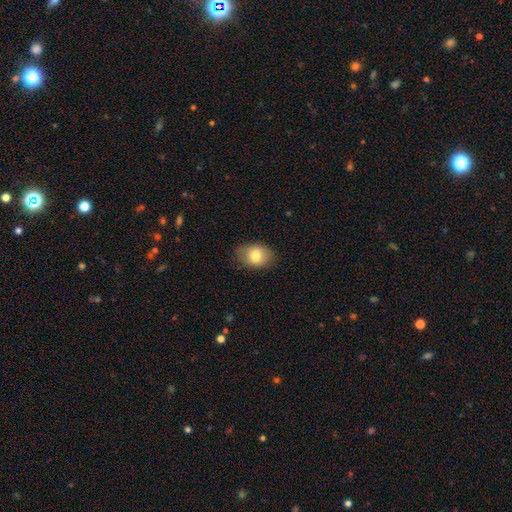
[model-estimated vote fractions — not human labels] smooth 79%, featured or disk 13%, star or artifact 8%. Down the decision tree: how rounded — in between (75%); merging — none (78%).